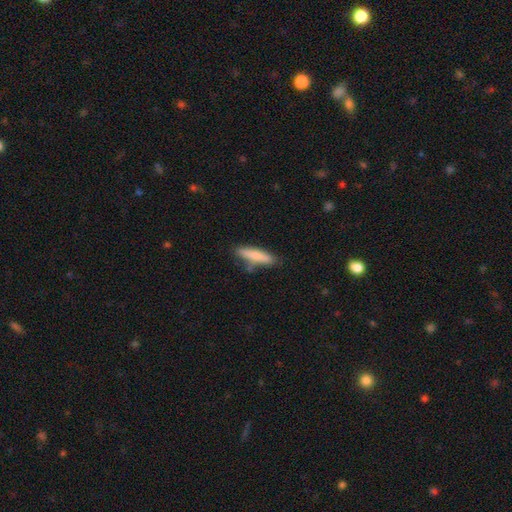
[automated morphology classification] A smooth galaxy with no disk features (79%) that is cigar-shaped (78%). Merging: none (75%).